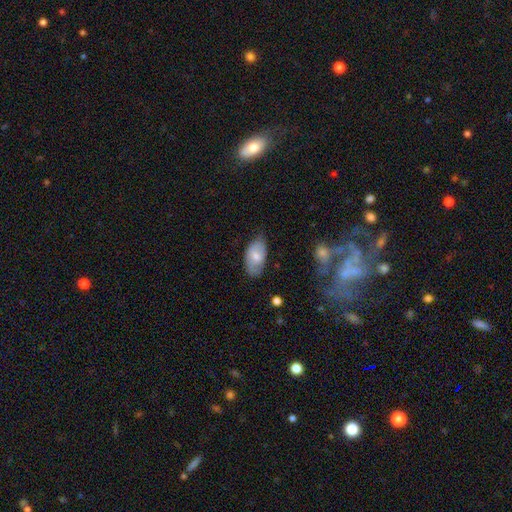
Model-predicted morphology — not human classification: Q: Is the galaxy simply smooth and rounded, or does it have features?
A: smooth — 65%.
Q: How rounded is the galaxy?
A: in between — 94%.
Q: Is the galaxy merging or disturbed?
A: none — 62%.